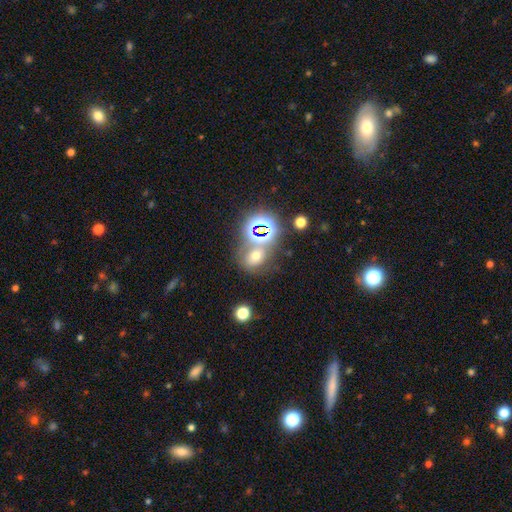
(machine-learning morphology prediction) smooth-or-featured: smooth: 52% | star or artifact: 34% | featured or disk: 14%
  how-rounded: round: 60% | in between: 38% | cigar-shaped: 1%
  merging: none: 53% | merger: 28% | minor disturbance: 12% | major disturbance: 7%